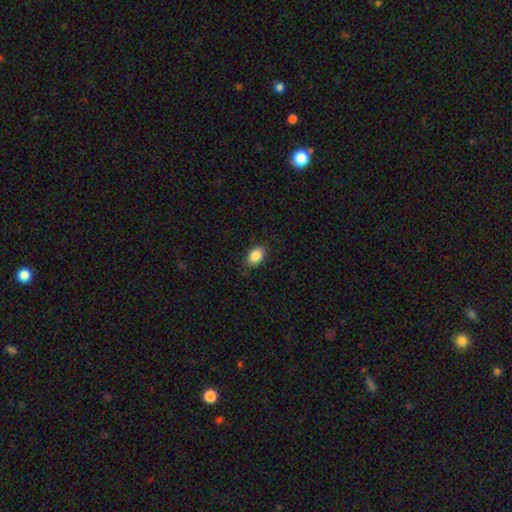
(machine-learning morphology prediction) smooth_or_featured: smooth (p=0.87) [alt: star or artifact p=0.08]
how_rounded: in between (p=0.83) [alt: round p=0.16]
merging: none (p=0.85) [alt: minor disturbance p=0.12]